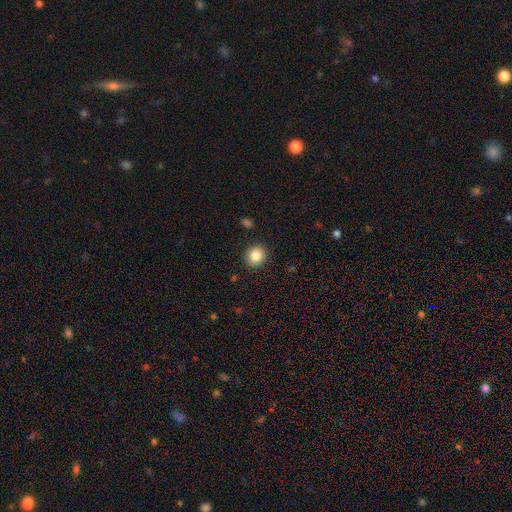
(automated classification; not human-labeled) smooth 86%, star or artifact 10%, featured or disk 5%. Down the decision tree: how rounded — round (84%); merging — none (90%).